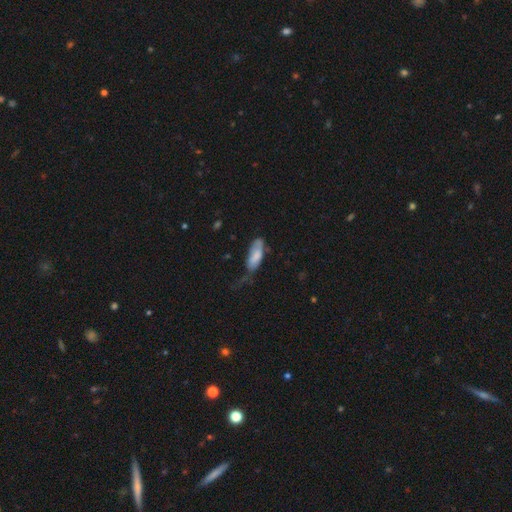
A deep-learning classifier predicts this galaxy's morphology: smooth 73%, featured or disk 20%, star or artifact 7%. Down the decision tree: how rounded — in between (68%); merging — minor disturbance (37%).